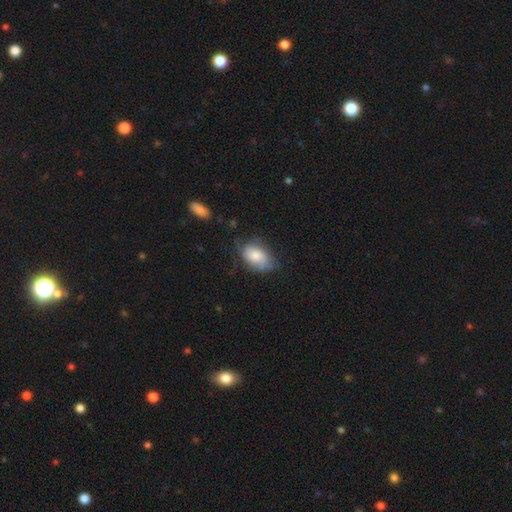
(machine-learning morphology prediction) This appears to be a smooth galaxy with no disk features (67%) that is in between round and cigar-shaped (88%). Merging: none (56%).